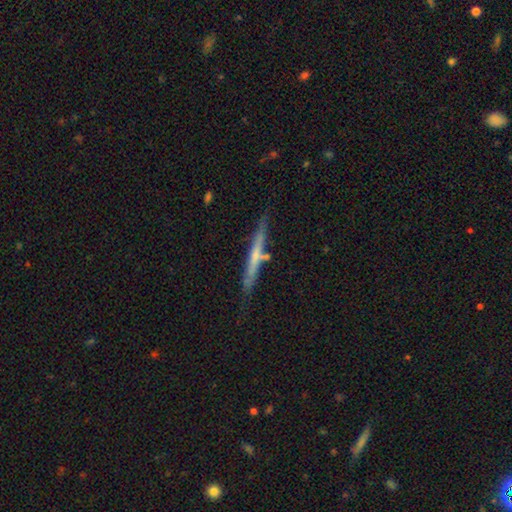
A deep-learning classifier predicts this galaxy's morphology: type=featured or disk (54%); edge-on=yes (94%); edge-on bulge=none (59%); merging=none (77%).